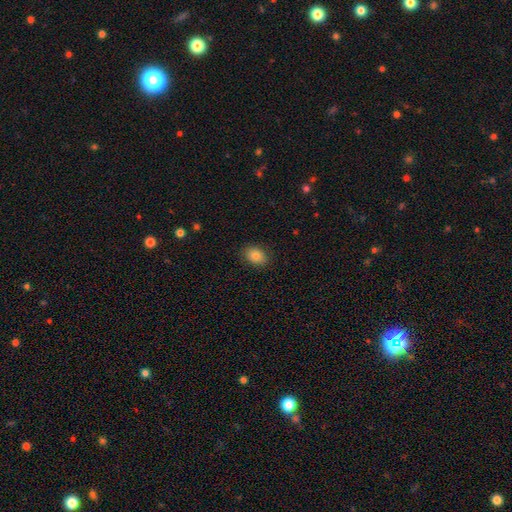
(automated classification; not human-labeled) This appears to be a smooth galaxy with no disk features (83%) that is in between round and cigar-shaped (74%). Merging: none (88%).